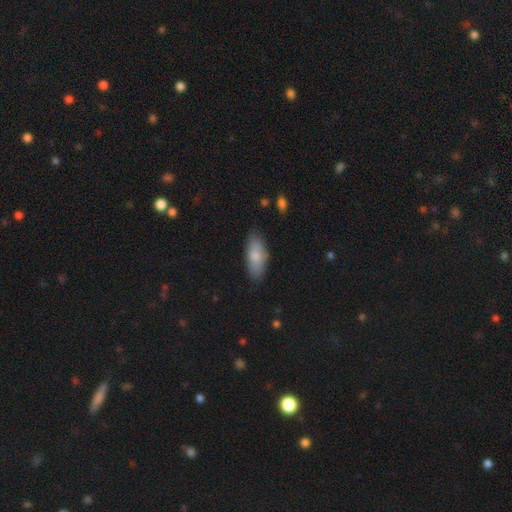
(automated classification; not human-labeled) This is likely a smooth galaxy (78%). How rounded: clearly in between (84%). Merging: clearly none (81%).